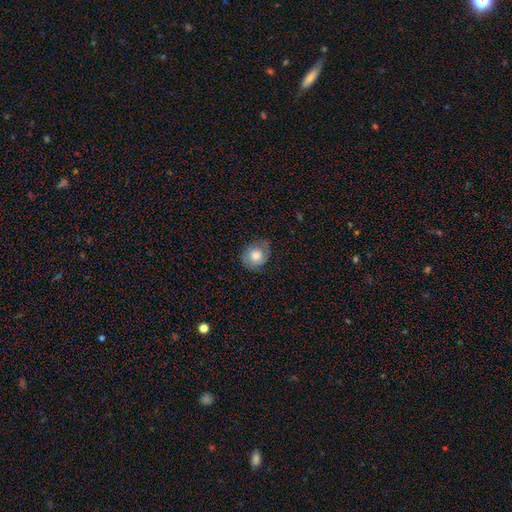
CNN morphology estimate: This appears to be a smooth galaxy with no disk features (73%) that is round (66%). Merging: none (72%).